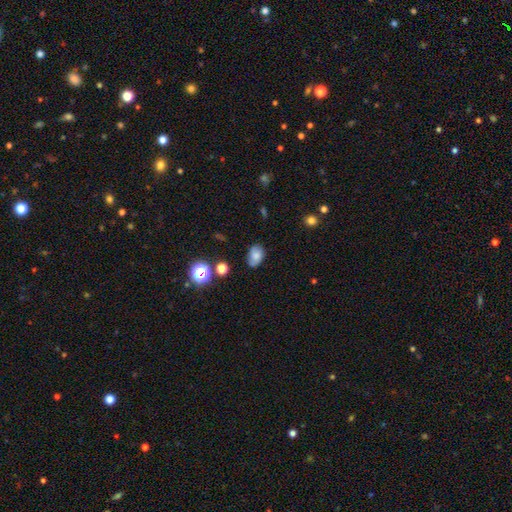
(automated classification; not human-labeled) Overall: smooth (72%). How rounded: in between (80%). Merging: none (68%).